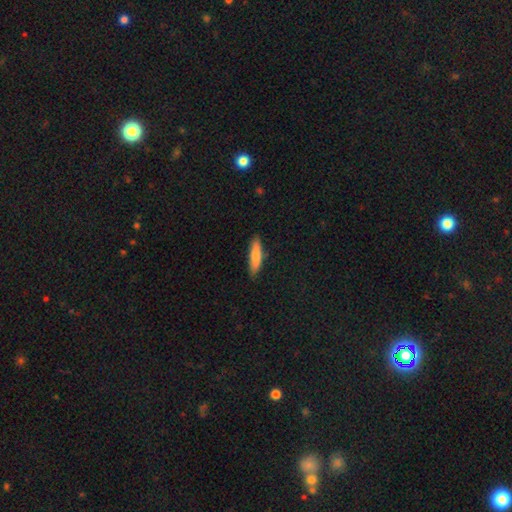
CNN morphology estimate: Q: Smooth or featured?
A: smooth (78%); runner-up: featured or disk (16%)
Q: How rounded?
A: cigar-shaped (72%); runner-up: in between (27%)
Q: Merging?
A: none (86%); runner-up: minor disturbance (11%)